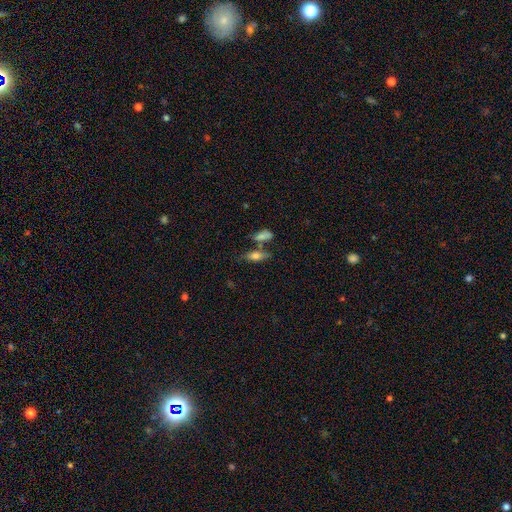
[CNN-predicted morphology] smooth_or_featured: smooth (p=0.64) [alt: featured or disk p=0.27]
how_rounded: in between (p=0.60) [alt: cigar-shaped p=0.35]
merging: none (p=0.56) [alt: merger p=0.24]